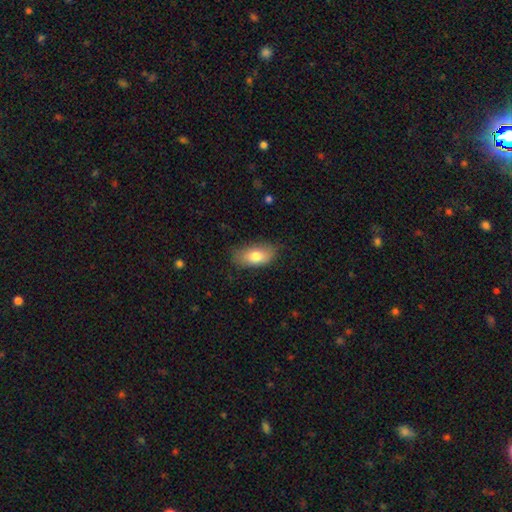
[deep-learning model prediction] Morphology: type=smooth (77%); roundness=in between (91%); merging=none (74%).